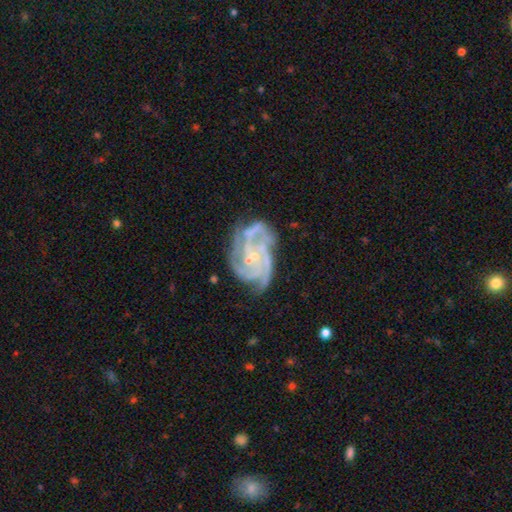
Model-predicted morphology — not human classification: The model was most divided on "spiral arm count": 4: 37%, 3: 27%, can't tell: 12%, 2: 9%, more than 4: 8%, 1: 6%. More confident: edge-on disk — no (98%); spiral arms — yes (97%); smooth or featured — featured or disk (87%); bulge size — small (72%); merging — none (66%); bar — no (63%); spiral winding — tight (56%).